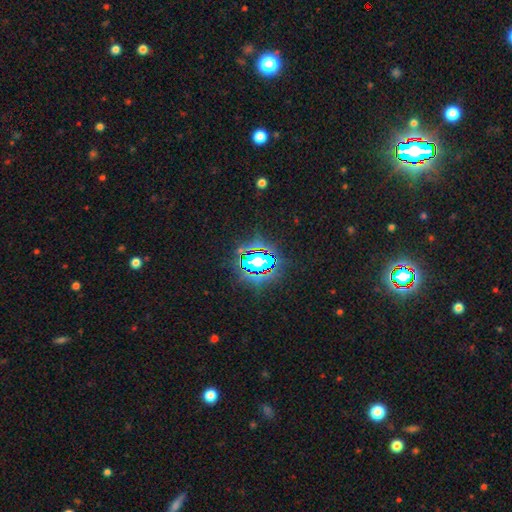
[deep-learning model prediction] star or artifact 81%, smooth 11%, featured or disk 8%.